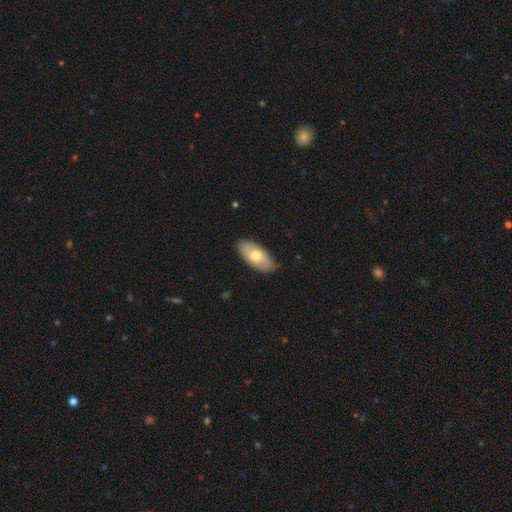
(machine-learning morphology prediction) Smooth or featured? smooth (70%)
How rounded? in between (92%)
Merging? none (84%)